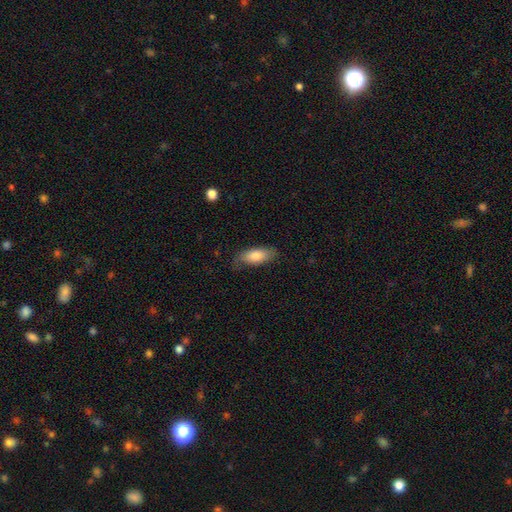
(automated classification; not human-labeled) Q: Smooth or featured?
A: smooth (79%); runner-up: featured or disk (15%)
Q: How rounded?
A: in between (77%); runner-up: cigar-shaped (21%)
Q: Merging?
A: none (70%); runner-up: minor disturbance (23%)